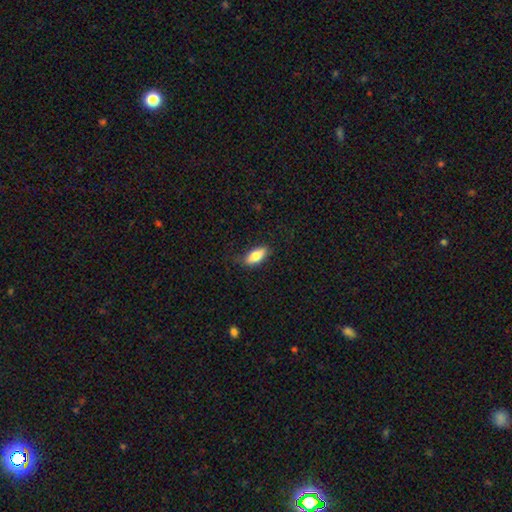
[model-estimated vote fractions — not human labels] The model was most divided on "merging": none: 78%, minor disturbance: 17%, major disturbance: 4%, merger: 1%. More confident: how rounded — in between (82%); smooth or featured — smooth (77%).